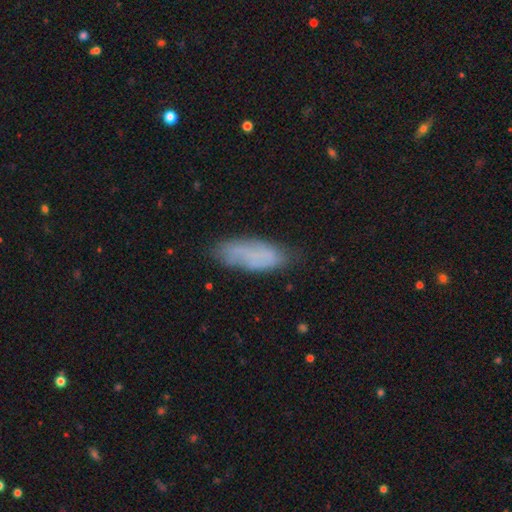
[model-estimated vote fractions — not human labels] The model was most divided on "how rounded": in between: 66%, cigar-shaped: 31%, round: 2%. More confident: smooth or featured — smooth (69%); merging — none (67%).